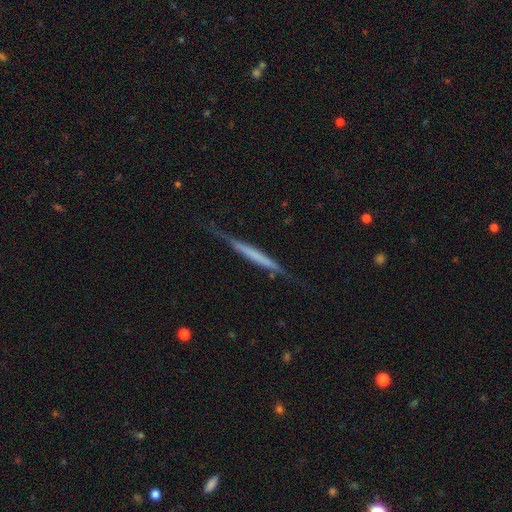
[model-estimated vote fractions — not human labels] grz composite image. It shows a featured or disk galaxy (58%) viewed edge-on (95%) with no central bulge (79%). Merging: none (74%).